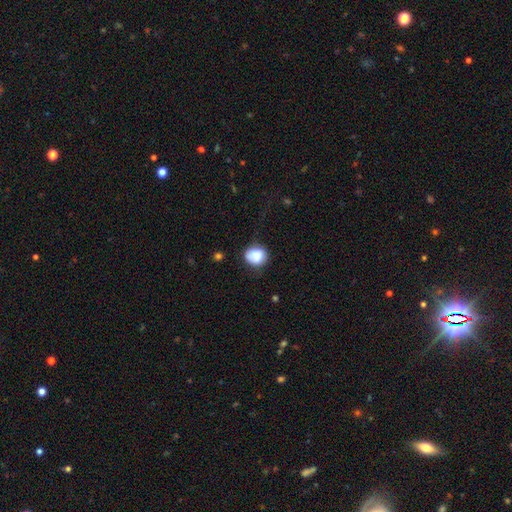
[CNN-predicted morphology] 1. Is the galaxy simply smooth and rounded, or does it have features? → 85% smooth, 8% star or artifact, 7% featured or disk.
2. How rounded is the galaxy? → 67% round, 32% in between, 1% cigar-shaped.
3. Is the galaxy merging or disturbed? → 67% none, 23% minor disturbance, 7% major disturbance, 3% merger.